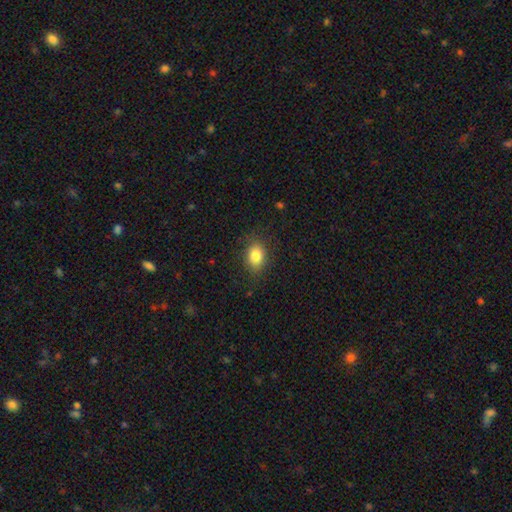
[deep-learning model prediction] Smooth or featured: smooth — 84% (star or artifact — 9%)
How rounded: in between — 70% (round — 29%)
Merging: none — 83% (minor disturbance — 12%)